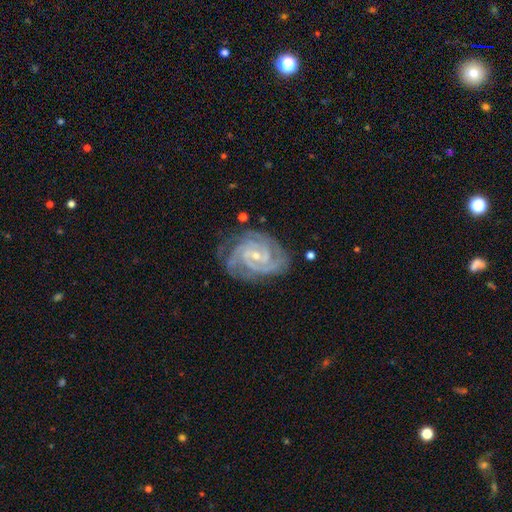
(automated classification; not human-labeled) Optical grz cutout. It shows a featured or disk galaxy (91%) with a weak bar (42%, tied with no), 3 (32%) tight (72%) spiral arms (99%) and a small central bulge (71%). Merging: none (73%).